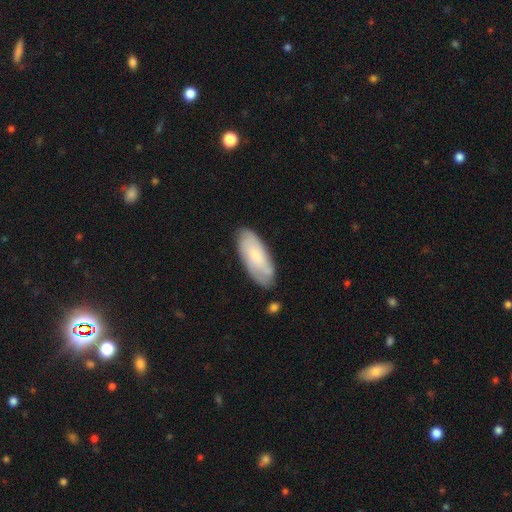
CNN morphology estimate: Smooth or featured?
  - smooth: 61% *
  - featured or disk: 32%
  - star or artifact: 6%
How rounded?
  - in between: 81% *
  - cigar-shaped: 18%
  - round: 2%
Merging?
  - none: 75% *
  - minor disturbance: 18%
  - major disturbance: 4%
  - merger: 3%